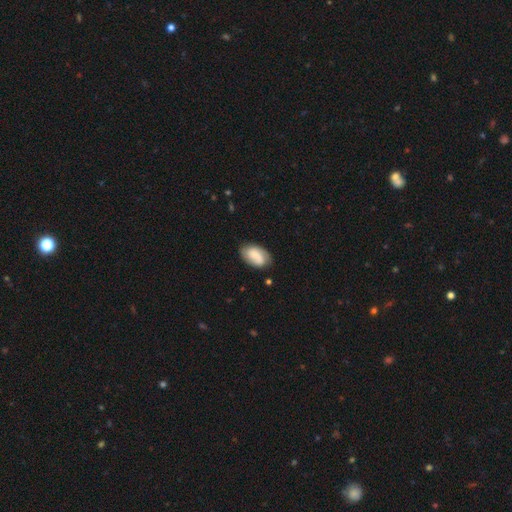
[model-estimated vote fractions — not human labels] This is possibly a smooth galaxy (57%). How rounded: clearly in between (92%). Merging: likely none (73%).